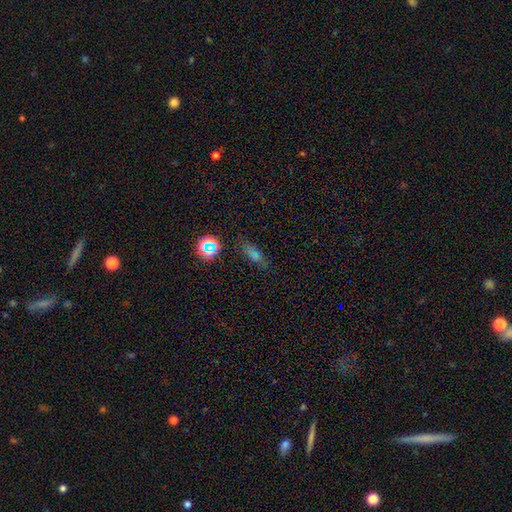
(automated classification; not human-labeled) Smooth or featured? smooth (61%)
How rounded? in between (53%)
Merging? none (74%)